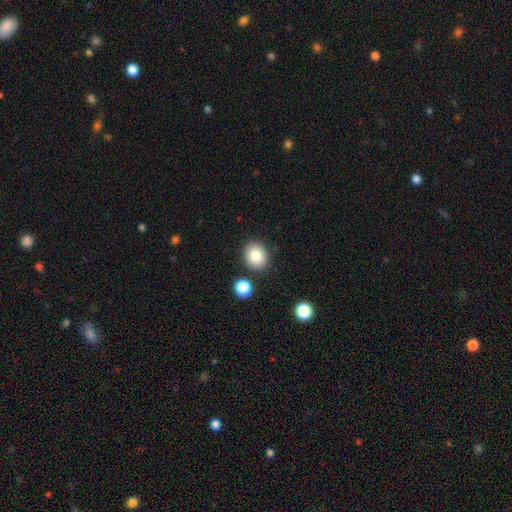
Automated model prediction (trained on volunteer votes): smooth-or-featured: smooth: 85% | star or artifact: 9% | featured or disk: 7%
  how-rounded: round: 62% | in between: 37% | cigar-shaped: 1%
  merging: none: 84% | minor disturbance: 8% | merger: 6% | major disturbance: 2%